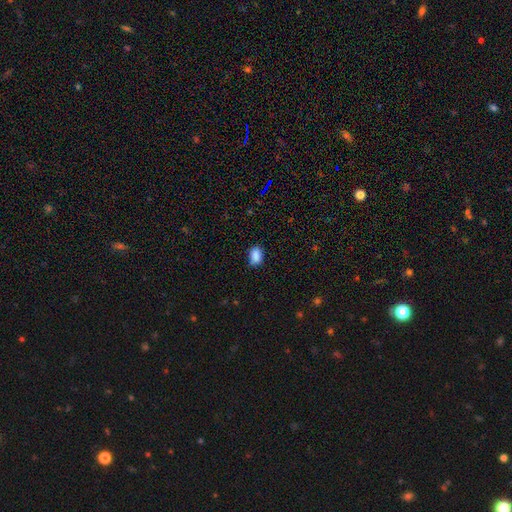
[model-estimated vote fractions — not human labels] Morphology: type=smooth (87%); roundness=in between (83%); merging=none (75%).